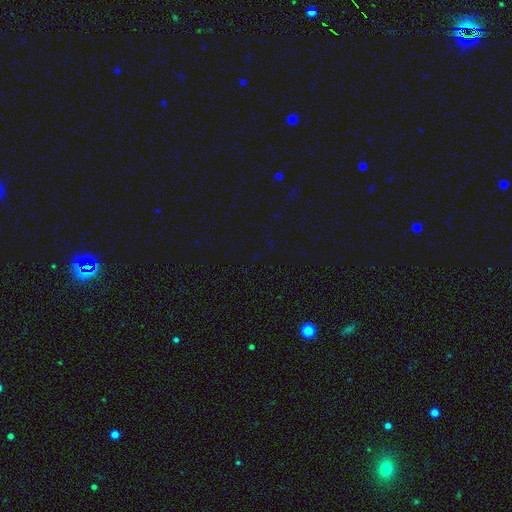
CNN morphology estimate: type=star or artifact (74%).